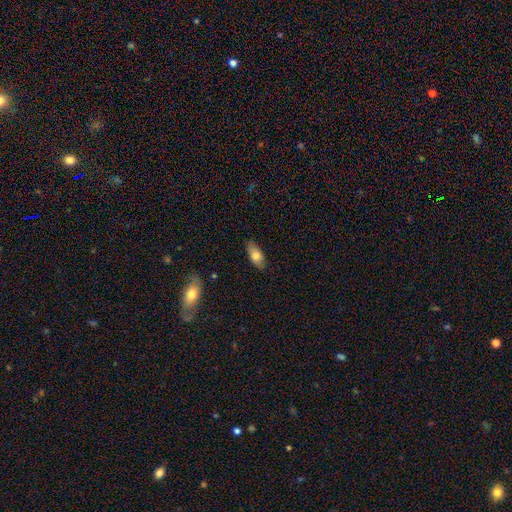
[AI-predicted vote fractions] A smooth galaxy with no disk features (75%) that is in between round and cigar-shaped (84%).

Vote fractions:
- Smooth or featured? smooth: 75% / featured or disk: 18% / star or artifact: 7%
- How rounded? in between: 84% / cigar-shaped: 13% / round: 3%
- Merging? none: 83% / minor disturbance: 14% / major disturbance: 3% / merger: 1%